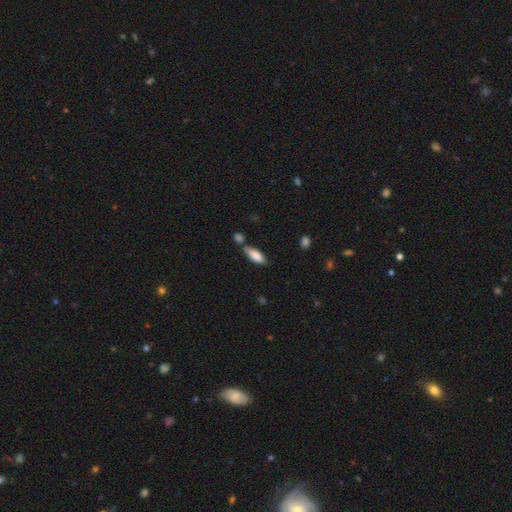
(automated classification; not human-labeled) Q: Smooth or featured?
A: smooth (83%); runner-up: featured or disk (11%)
Q: How rounded?
A: in between (71%); runner-up: cigar-shaped (27%)
Q: Merging?
A: none (61%); runner-up: minor disturbance (17%)